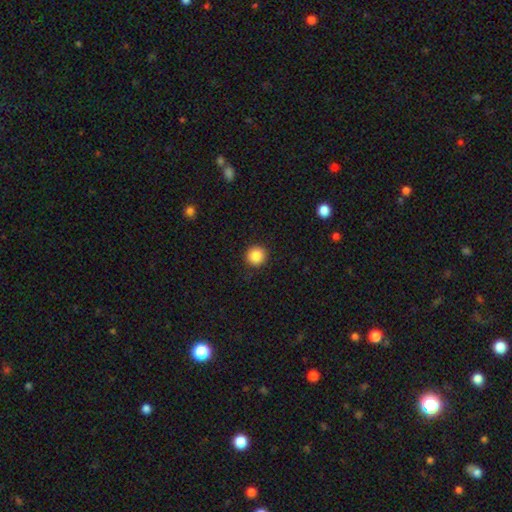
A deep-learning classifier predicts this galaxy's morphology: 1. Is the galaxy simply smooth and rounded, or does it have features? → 87% smooth, 9% star or artifact, 4% featured or disk.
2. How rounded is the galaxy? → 94% round, 5% in between, 1% cigar-shaped.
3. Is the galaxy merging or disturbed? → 92% none, 5% minor disturbance, 2% major disturbance, 1% merger.